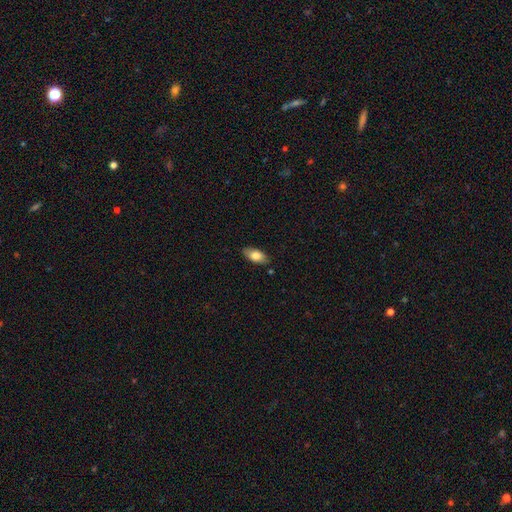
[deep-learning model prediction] This appears to be a smooth galaxy with no disk features (78%) that is in between round and cigar-shaped (90%). Merging: none (84%).